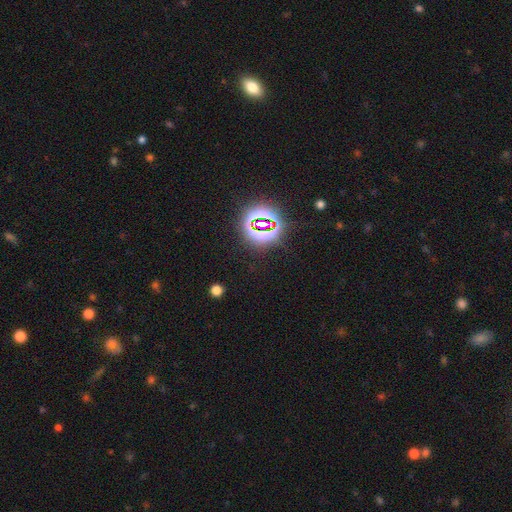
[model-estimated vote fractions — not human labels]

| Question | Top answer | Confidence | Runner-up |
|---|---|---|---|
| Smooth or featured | star or artifact | 80% | smooth (13%) |